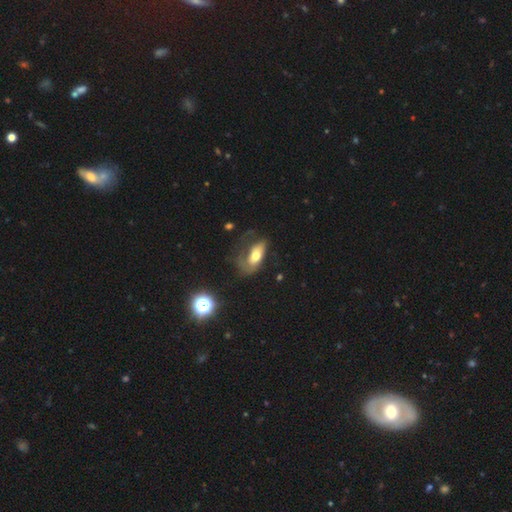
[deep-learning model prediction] smooth-or-featured: smooth: 54% | featured or disk: 37% | star or artifact: 9%
  how-rounded: in between: 84% | cigar-shaped: 10% | round: 6%
  merging: major disturbance: 42% | none: 31% | minor disturbance: 24% | merger: 3%